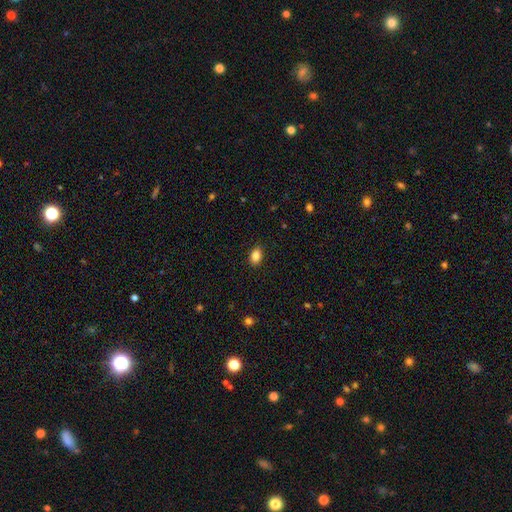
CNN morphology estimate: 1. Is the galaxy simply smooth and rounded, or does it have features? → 87% smooth, 9% star or artifact, 4% featured or disk.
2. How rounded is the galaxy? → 83% in between, 16% round, 1% cigar-shaped.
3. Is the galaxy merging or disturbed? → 89% none, 8% minor disturbance, 2% major disturbance, 1% merger.